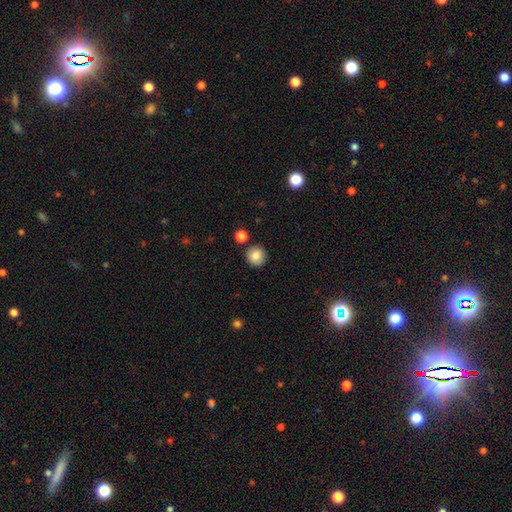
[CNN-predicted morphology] A smooth galaxy with no disk features (84%) that is round (92%).

Vote fractions:
- Smooth or featured? smooth: 84% / star or artifact: 9% / featured or disk: 7%
- How rounded? round: 92% / in between: 7% / cigar-shaped: 1%
- Merging? none: 87% / minor disturbance: 7% / merger: 4% / major disturbance: 2%